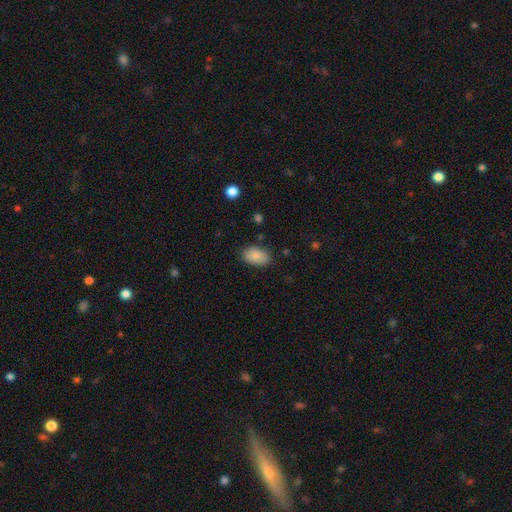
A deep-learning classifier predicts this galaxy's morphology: type=smooth (88%); roundness=in between (90%); merging=none (83%).